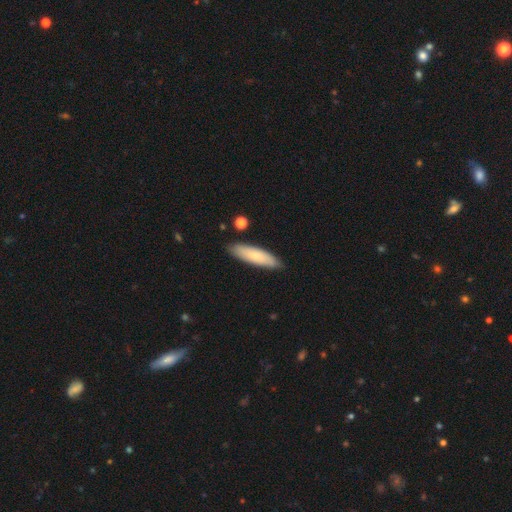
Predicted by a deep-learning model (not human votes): A smooth galaxy with no disk features (72%) that is cigar-shaped (63%). Merging: none (84%).